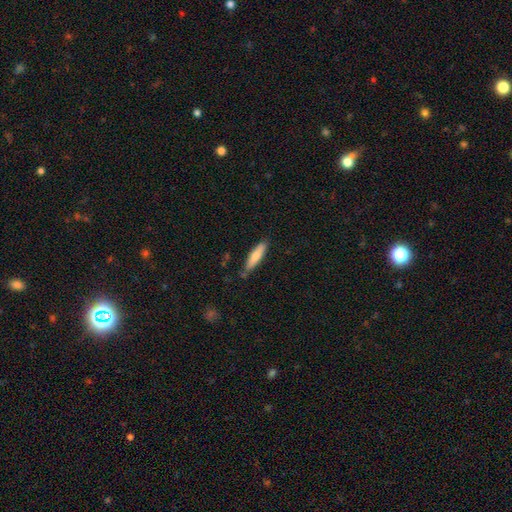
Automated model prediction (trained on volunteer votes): Smooth or featured?
  - smooth: 74% *
  - featured or disk: 20%
  - star or artifact: 6%
How rounded?
  - cigar-shaped: 77% *
  - in between: 22%
  - round: 1%
Merging?
  - none: 77% *
  - minor disturbance: 17%
  - major disturbance: 3%
  - merger: 3%